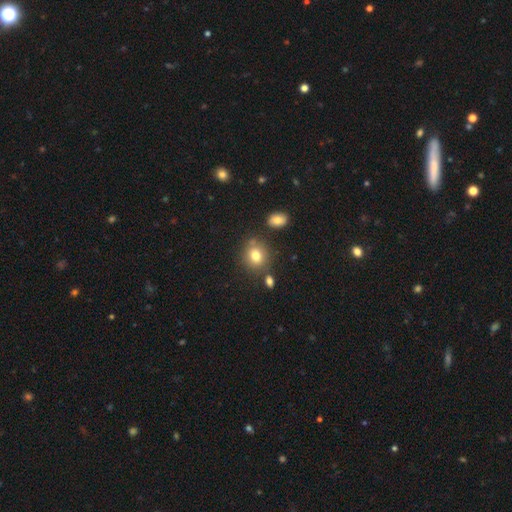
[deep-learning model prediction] A smooth galaxy with no disk features (78%) that is round (76%). Merging: none (74%).